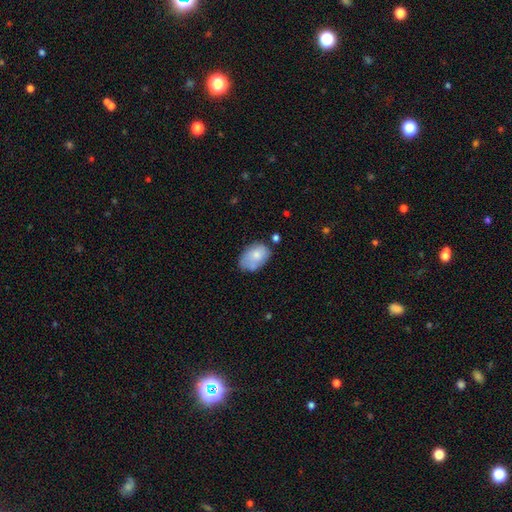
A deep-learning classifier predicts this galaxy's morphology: Smooth or featured? Predicted: smooth (p=0.73). How rounded? Predicted: in between (p=0.86). Merging? Predicted: none (p=0.53).